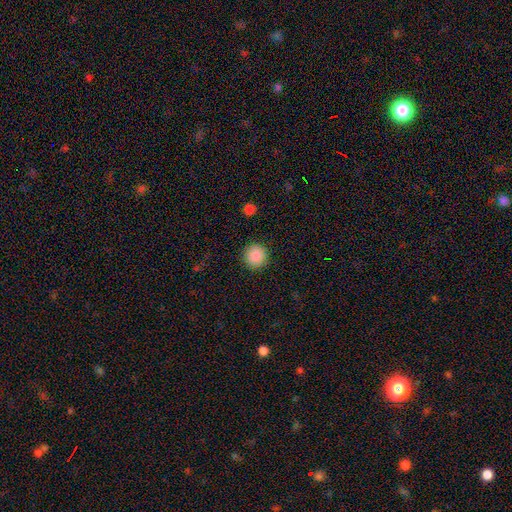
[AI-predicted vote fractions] A smooth galaxy with no disk features (88%) that is round (94%).

Vote fractions:
- Smooth or featured? smooth: 88% / star or artifact: 9% / featured or disk: 3%
- How rounded? round: 94% / in between: 5% / cigar-shaped: 1%
- Merging? none: 92% / minor disturbance: 5% / major disturbance: 2% / merger: 1%